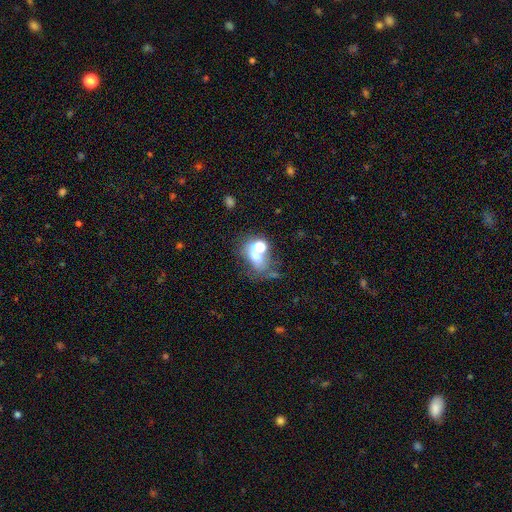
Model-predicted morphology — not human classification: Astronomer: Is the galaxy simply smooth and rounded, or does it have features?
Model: smooth — 55%.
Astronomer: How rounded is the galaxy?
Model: in between — 56% (runner-up: round, 43%).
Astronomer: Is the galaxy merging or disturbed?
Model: merger — 43% (runner-up: none, 34%).